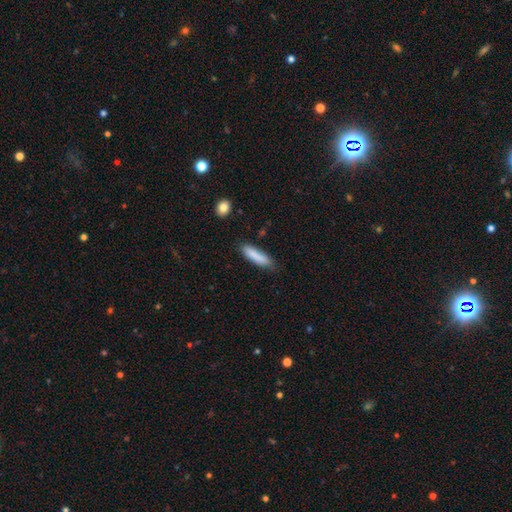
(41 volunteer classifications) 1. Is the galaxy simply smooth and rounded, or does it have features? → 90% smooth, 7% featured or disk, 2% star or artifact.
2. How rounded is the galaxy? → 68% cigar-shaped, 32% in between, 0% round.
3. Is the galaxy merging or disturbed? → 82% none, 18% minor disturbance, 0% major disturbance, 0% merger.